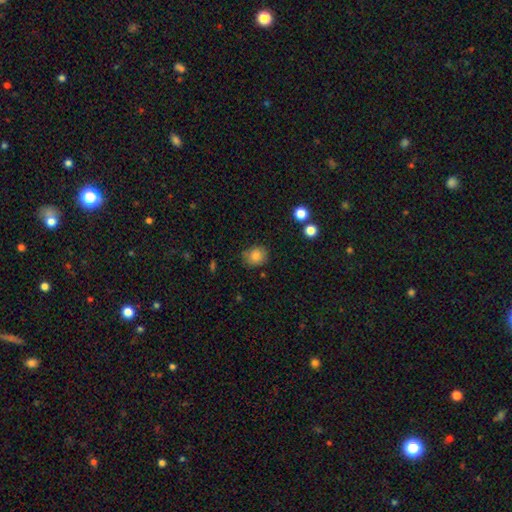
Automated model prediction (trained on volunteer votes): smooth_or_featured: smooth (p=0.84) [alt: star or artifact p=0.10]
how_rounded: round (p=0.77) [alt: in between p=0.22]
merging: none (p=0.79) [alt: minor disturbance p=0.16]